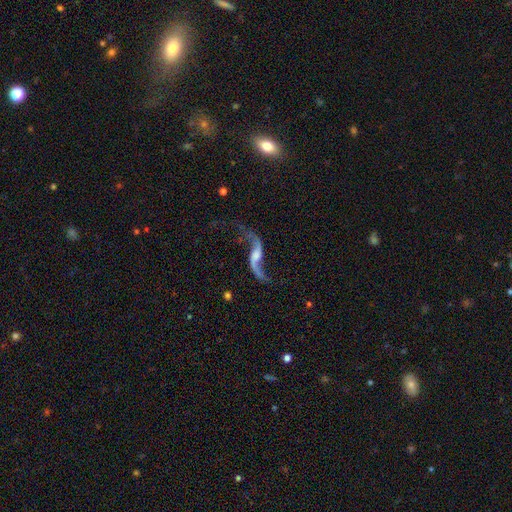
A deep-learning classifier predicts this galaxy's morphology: smooth-or-featured: featured or disk: 89% | star or artifact: 6% | smooth: 5%
  disk-edge-on: no: 92% | yes: 8%
    bar: no: 44% | weak: 39% | strong: 17%
    has-spiral-arms: yes: 96% | no: 4%
      spiral-winding: loose: 94% | medium: 5% | tight: 2%
      spiral-arm-count: 2: 93% | 1: 2% | can't tell: 1% | 3: 1% | 4: 1% | more than 4: 1%
    bulge-size: moderate: 32% | small: 28% | none: 26% | large: 11% | dominant: 3%
  merging: none: 68% | minor disturbance: 15% | major disturbance: 13% | merger: 4%